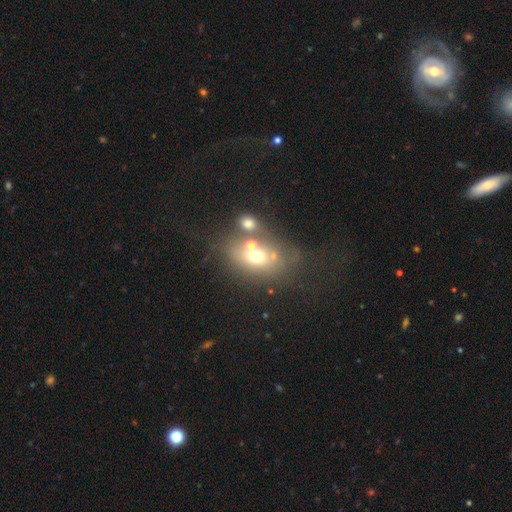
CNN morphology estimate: Smooth or featured? Predicted: smooth (p=0.52). How rounded? Predicted: in between (p=0.60). Merging? Predicted: merger (p=0.41).